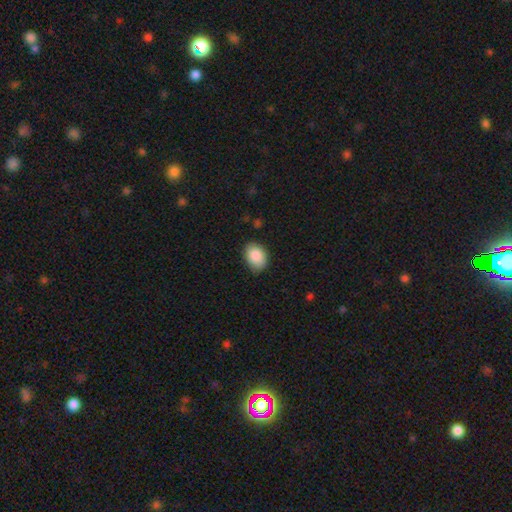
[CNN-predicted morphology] This appears to be a smooth galaxy with no disk features (89%) that is in between round and cigar-shaped (75%). Merging: none (79%).